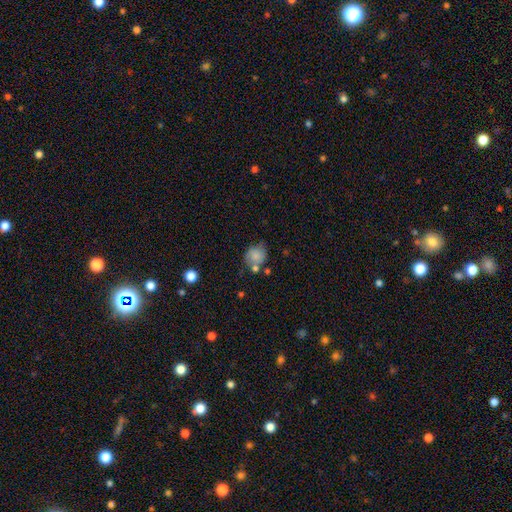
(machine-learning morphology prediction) Q: Smooth or featured?
A: smooth (77%); runner-up: featured or disk (13%)
Q: How rounded?
A: round (75%); runner-up: in between (24%)
Q: Merging?
A: none (57%); runner-up: minor disturbance (21%)